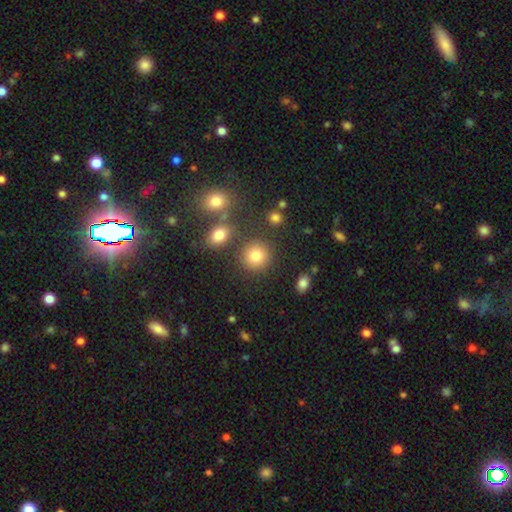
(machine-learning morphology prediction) Smooth or featured?
  - smooth: 80% *
  - star or artifact: 13%
  - featured or disk: 7%
How rounded?
  - round: 88% *
  - in between: 11%
  - cigar-shaped: 1%
Merging?
  - none: 81% *
  - minor disturbance: 8%
  - merger: 7%
  - major disturbance: 4%